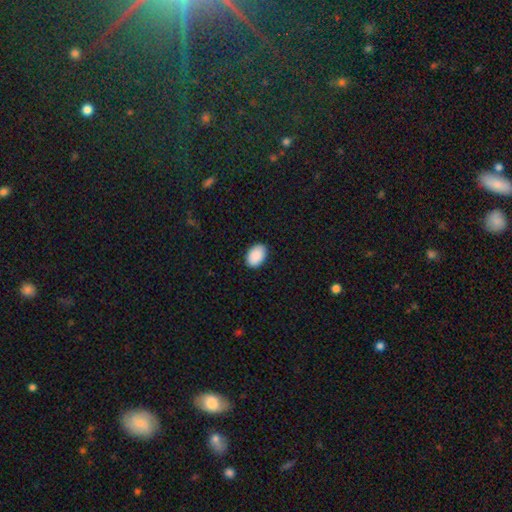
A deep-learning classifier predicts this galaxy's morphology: smooth-or-featured: smooth: 91% | star or artifact: 6% | featured or disk: 3%
  how-rounded: in between: 87% | round: 12% | cigar-shaped: 1%
  merging: none: 88% | minor disturbance: 9% | major disturbance: 2% | merger: 1%